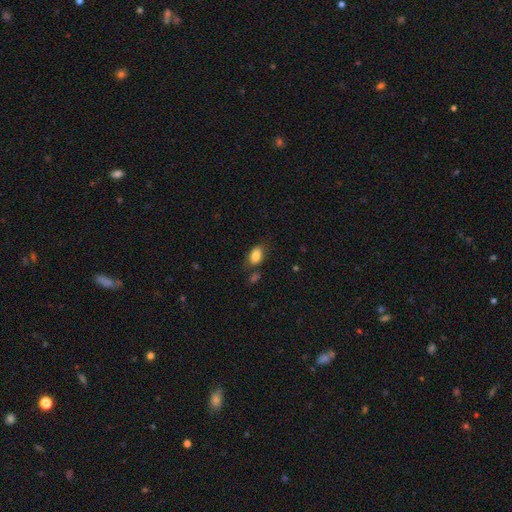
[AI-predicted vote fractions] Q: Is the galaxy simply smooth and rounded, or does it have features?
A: smooth — 83%.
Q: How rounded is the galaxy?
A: in between — 89%.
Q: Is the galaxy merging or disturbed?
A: none — 67%.